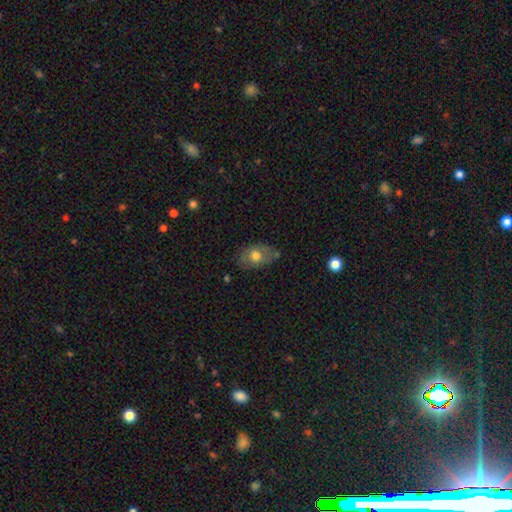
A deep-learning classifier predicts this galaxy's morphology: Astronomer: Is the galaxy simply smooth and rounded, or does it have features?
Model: smooth — 64%.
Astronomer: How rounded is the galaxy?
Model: in between — 81%.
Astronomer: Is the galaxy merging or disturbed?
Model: none — 63%.